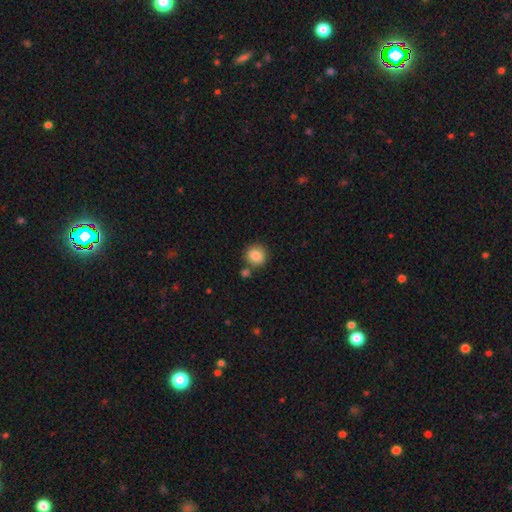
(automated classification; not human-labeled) Smooth or featured? smooth (87%)
How rounded? round (86%)
Merging? none (73%)